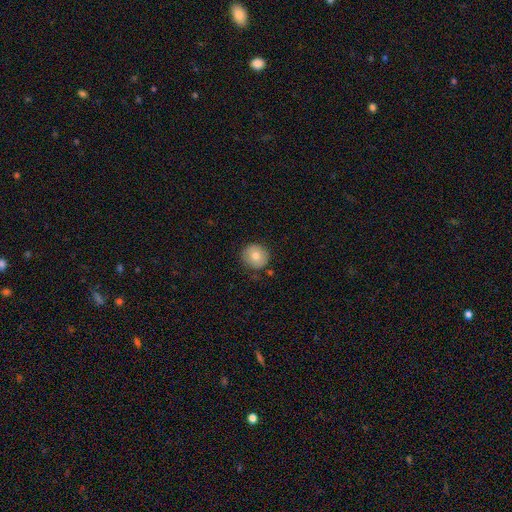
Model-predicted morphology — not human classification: A smooth galaxy with no disk features (79%) that is round (92%).

Vote fractions:
- Smooth or featured? smooth: 79% / featured or disk: 13% / star or artifact: 9%
- How rounded? round: 92% / in between: 7% / cigar-shaped: 1%
- Merging? none: 86% / minor disturbance: 10% / major disturbance: 2% / merger: 2%